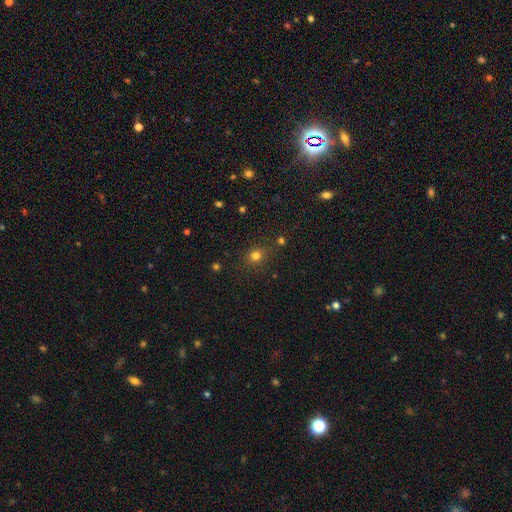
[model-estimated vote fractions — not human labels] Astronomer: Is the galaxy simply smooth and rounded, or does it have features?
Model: smooth — 76%.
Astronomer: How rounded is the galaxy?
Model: round — 81%.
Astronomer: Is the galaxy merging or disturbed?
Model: none — 83%.